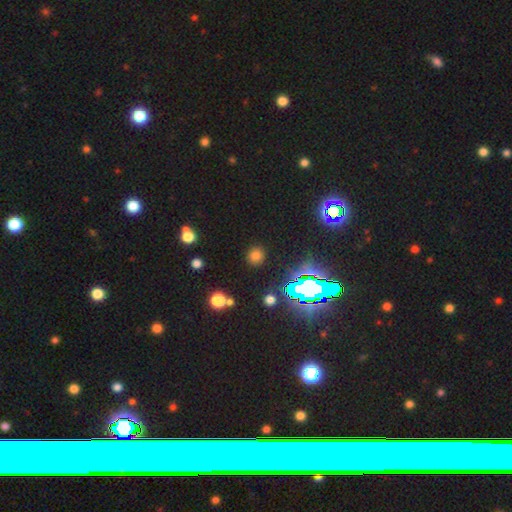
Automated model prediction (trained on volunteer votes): Smooth or featured?
  - smooth: 67% *
  - star or artifact: 26%
  - featured or disk: 7%
How rounded?
  - round: 89% *
  - in between: 10%
  - cigar-shaped: 1%
Merging?
  - none: 89% *
  - minor disturbance: 6%
  - major disturbance: 3%
  - merger: 2%